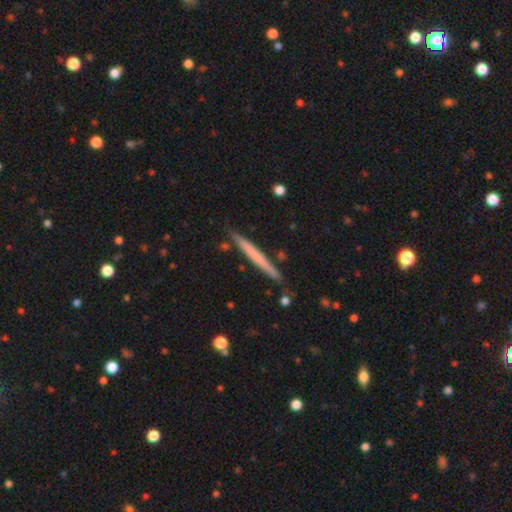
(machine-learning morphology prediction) This appears to be a smooth galaxy with no disk features (56%) that is cigar-shaped (97%). Merging: none (89%).